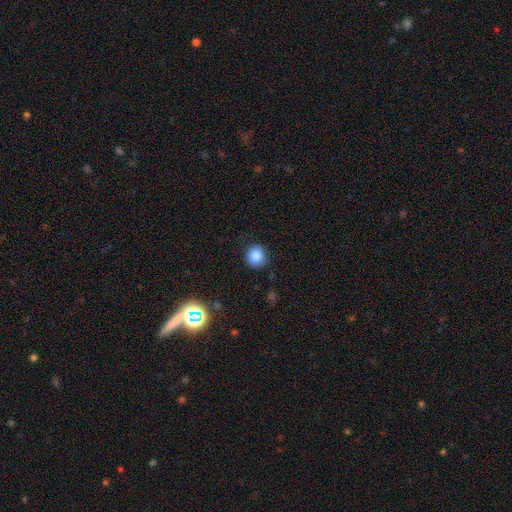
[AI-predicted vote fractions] A smooth galaxy with no disk features (84%) that is round (80%). Merging: none (84%).